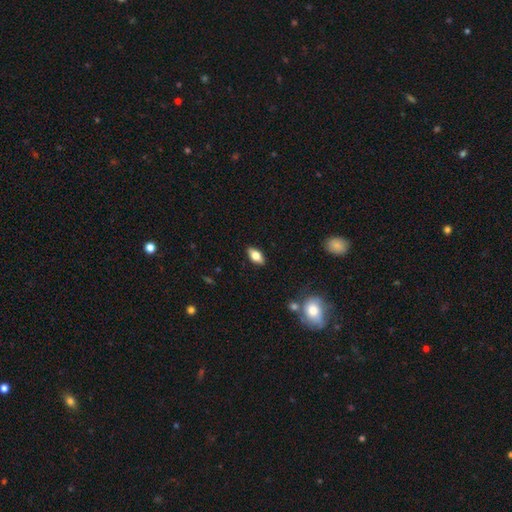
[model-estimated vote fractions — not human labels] smooth-or-featured: smooth: 67% | featured or disk: 25% | star or artifact: 8%
  how-rounded: in between: 85% | cigar-shaped: 11% | round: 4%
  merging: none: 89% | minor disturbance: 8% | major disturbance: 2% | merger: 1%